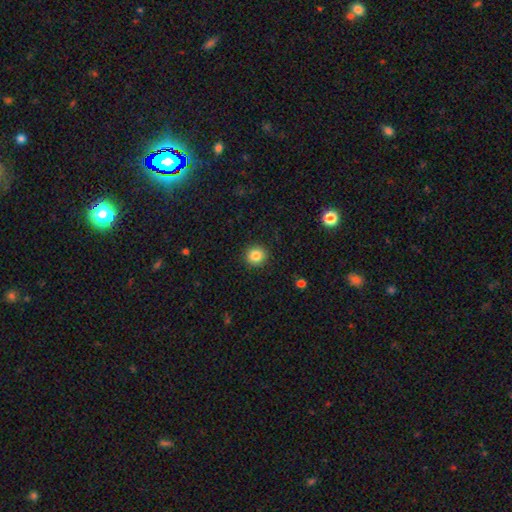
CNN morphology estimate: Smooth or featured: smooth — 84% (star or artifact — 10%)
How rounded: round — 92% (in between — 7%)
Merging: none — 92% (minor disturbance — 6%)